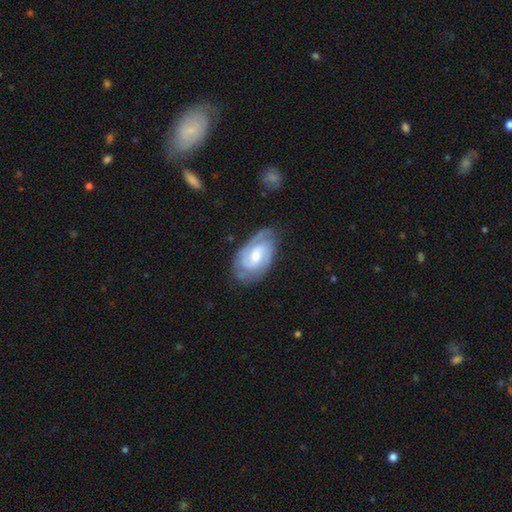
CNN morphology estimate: A featured or disk galaxy (80%) with a weak bar (46%), 2 (57%) tight (49%) spiral arms (95%) and a moderate central bulge (56%). Merging: none (70%).